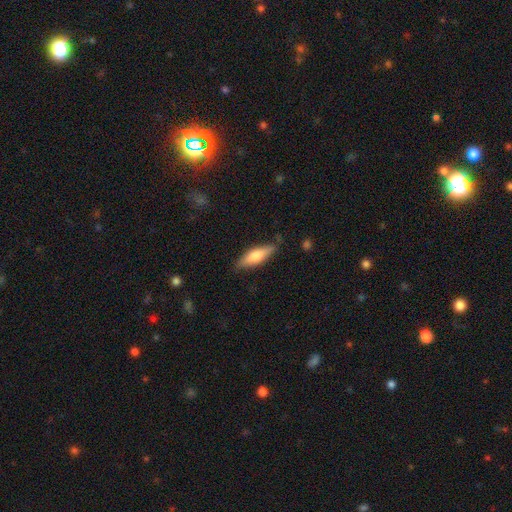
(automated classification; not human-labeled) smooth 69%, featured or disk 25%, star or artifact 6%. Down the decision tree: how rounded — cigar-shaped (50%); merging — none (79%).